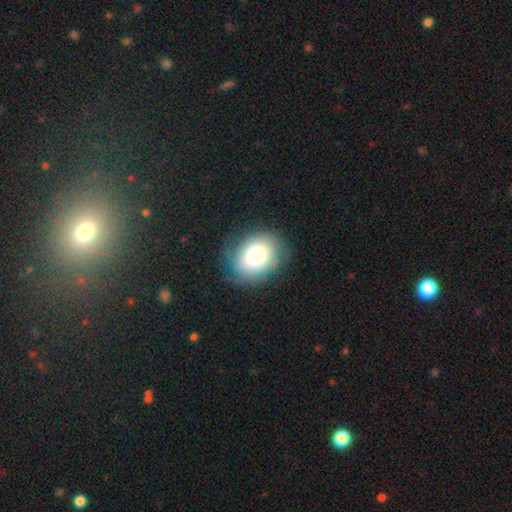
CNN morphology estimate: This appears to be a smooth galaxy with no disk features (76%) that is in between round and cigar-shaped (58%). Merging: none (71%).